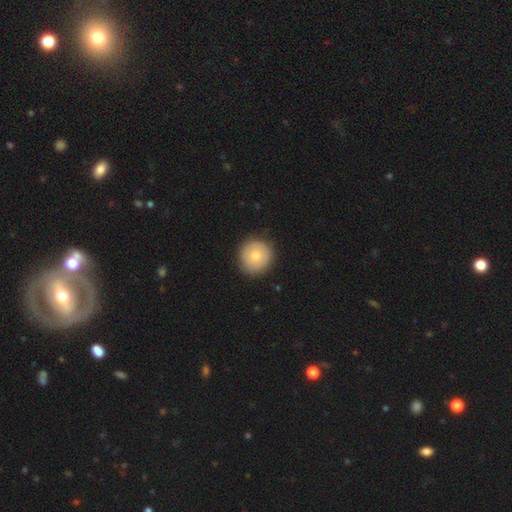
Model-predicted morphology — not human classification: smooth-or-featured: smooth: 77% | featured or disk: 15% | star or artifact: 7%
  how-rounded: round: 93% | in between: 6% | cigar-shaped: 1%
  merging: none: 89% | minor disturbance: 8% | major disturbance: 2% | merger: 1%